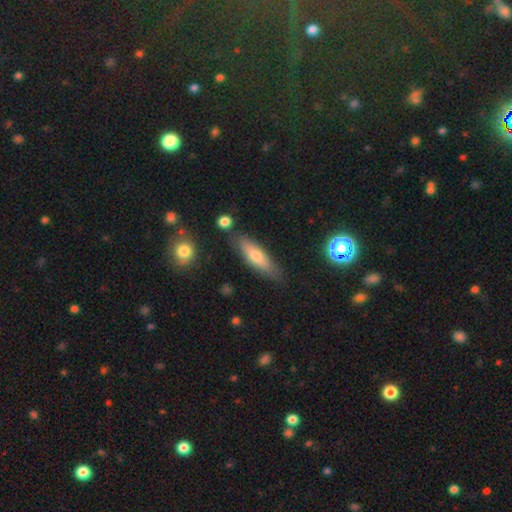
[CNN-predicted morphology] Smooth or featured: smooth — 62% (featured or disk — 31%)
How rounded: cigar-shaped — 58% (in between — 40%)
Merging: none — 78% (minor disturbance — 15%)